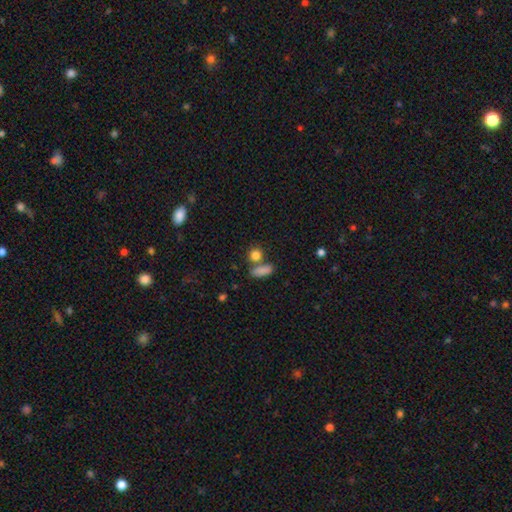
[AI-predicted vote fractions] A smooth galaxy with no disk features (84%) that is round (61%).

Vote fractions:
- Smooth or featured? smooth: 84% / star or artifact: 10% / featured or disk: 6%
- How rounded? round: 61% / in between: 34% / cigar-shaped: 4%
- Merging? none: 59% / merger: 27% / minor disturbance: 10% / major disturbance: 4%